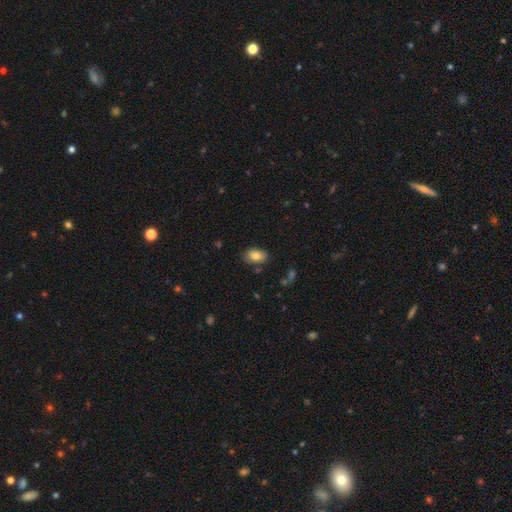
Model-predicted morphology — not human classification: smooth_or_featured: smooth (p=0.83) [alt: featured or disk p=0.09]
how_rounded: in between (p=0.89) [alt: round p=0.09]
merging: none (p=0.82) [alt: minor disturbance p=0.13]